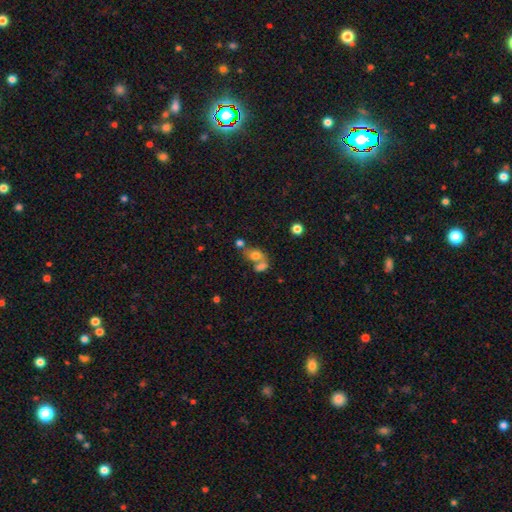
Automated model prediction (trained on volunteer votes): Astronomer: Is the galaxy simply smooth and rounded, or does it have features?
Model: smooth — 69%.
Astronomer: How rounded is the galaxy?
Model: in between — 65%.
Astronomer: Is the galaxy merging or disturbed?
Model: merger — 56%.